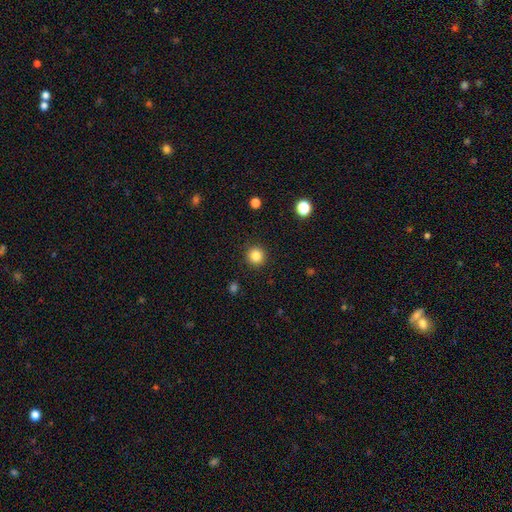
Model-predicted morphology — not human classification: Smooth or featured? smooth (84%)
How rounded? round (94%)
Merging? none (92%)